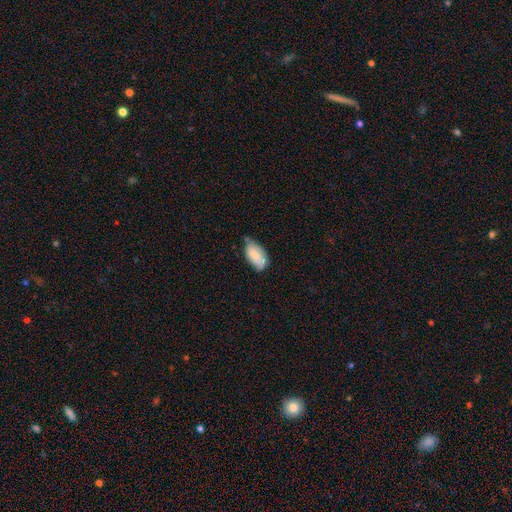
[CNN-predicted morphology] type=smooth (67%); roundness=in between (93%); merging=none (48%).